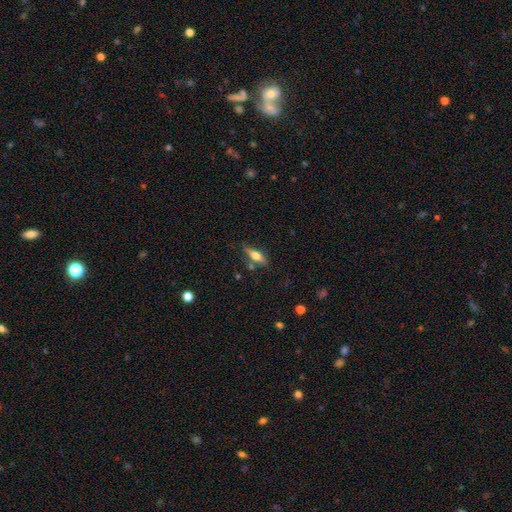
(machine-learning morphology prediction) Smooth or featured?
  - smooth: 53% *
  - featured or disk: 39%
  - star or artifact: 8%
How rounded?
  - in between: 49% *
  - cigar-shaped: 48%
  - round: 3%
Merging?
  - none: 67% *
  - minor disturbance: 18%
  - merger: 9%
  - major disturbance: 6%